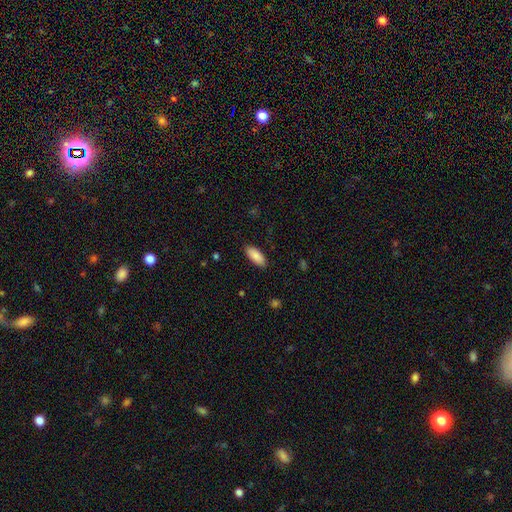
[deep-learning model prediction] This appears to be a smooth galaxy with no disk features (88%) that is in between round and cigar-shaped (82%). Merging: none (88%).